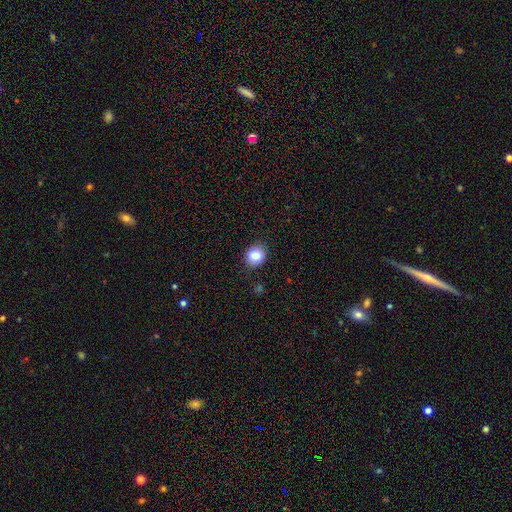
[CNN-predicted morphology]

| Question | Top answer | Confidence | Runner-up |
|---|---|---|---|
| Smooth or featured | smooth | 84% | star or artifact (10%) |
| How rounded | round | 67% | in between (32%) |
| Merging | none | 88% | minor disturbance (9%) |